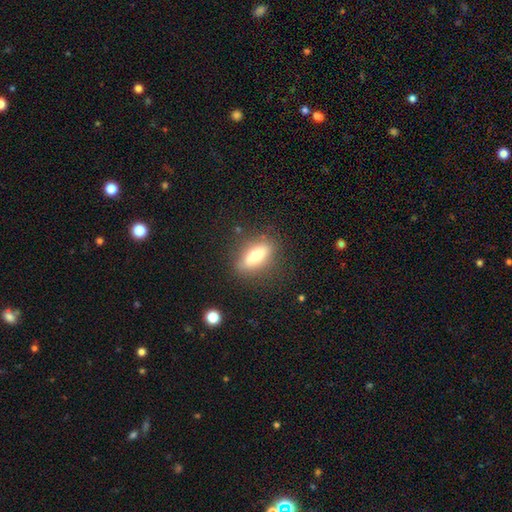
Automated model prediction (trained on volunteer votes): smooth_or_featured: smooth (p=0.69) [alt: featured or disk p=0.23]
how_rounded: in between (p=0.58) [alt: cigar-shaped p=0.38]
merging: none (p=0.82) [alt: minor disturbance p=0.12]